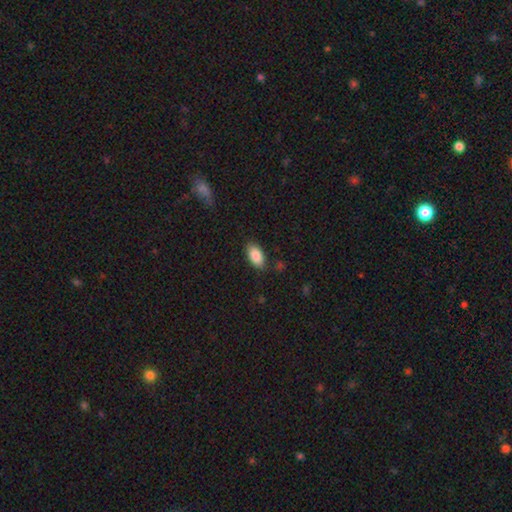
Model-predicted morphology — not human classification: This is clearly a smooth galaxy (88%). How rounded: clearly in between (94%). Merging: clearly none (84%).